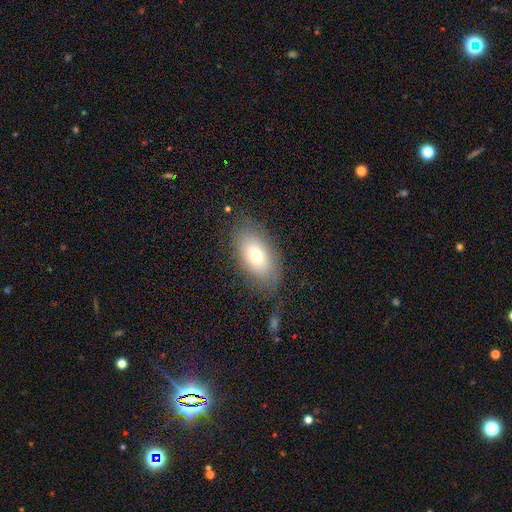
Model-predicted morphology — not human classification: Smooth or featured?
  - smooth: 70% *
  - featured or disk: 19%
  - star or artifact: 10%
How rounded?
  - in between: 87% *
  - round: 10%
  - cigar-shaped: 2%
Merging?
  - none: 76% *
  - minor disturbance: 15%
  - major disturbance: 7%
  - merger: 2%